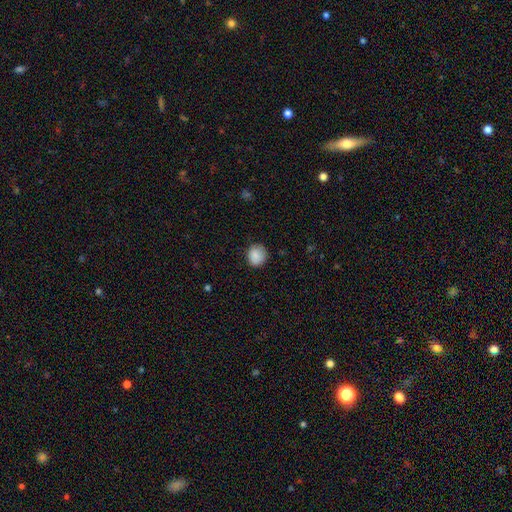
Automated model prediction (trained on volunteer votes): Q: Smooth or featured?
A: smooth (88%); runner-up: star or artifact (8%)
Q: How rounded?
A: round (81%); runner-up: in between (18%)
Q: Merging?
A: none (83%); runner-up: minor disturbance (13%)